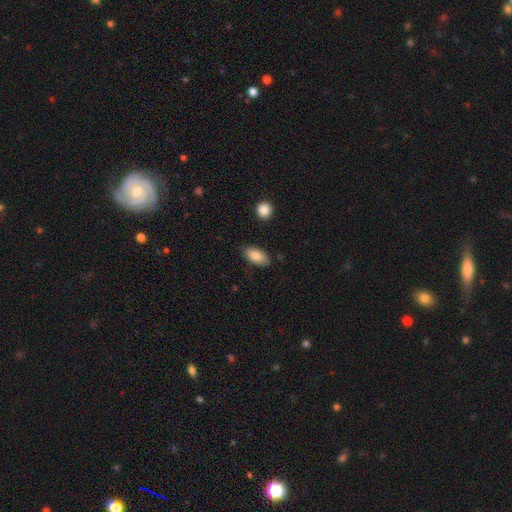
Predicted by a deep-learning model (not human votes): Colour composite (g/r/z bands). It shows a smooth galaxy with no disk features (87%) that is in between round and cigar-shaped (93%). Merging: none (82%).